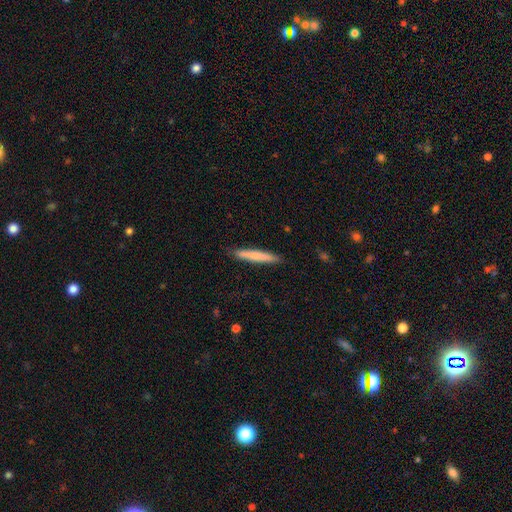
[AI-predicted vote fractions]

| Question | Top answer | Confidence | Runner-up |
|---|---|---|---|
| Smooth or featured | smooth | 72% | featured or disk (23%) |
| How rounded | cigar-shaped | 94% | in between (5%) |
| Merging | none | 89% | minor disturbance (8%) |